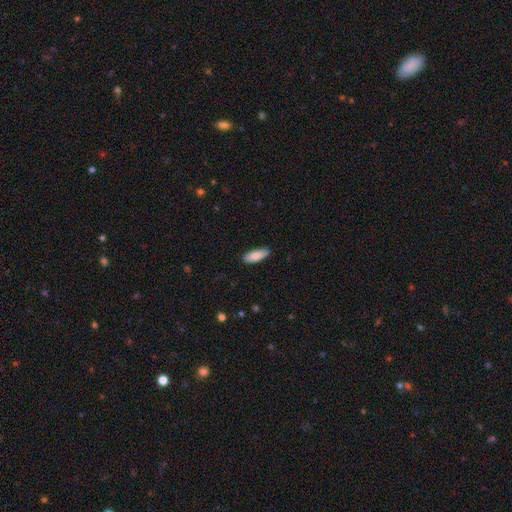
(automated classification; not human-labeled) Q: Smooth or featured?
A: smooth (86%); runner-up: featured or disk (9%)
Q: How rounded?
A: in between (60%); runner-up: cigar-shaped (39%)
Q: Merging?
A: none (89%); runner-up: minor disturbance (8%)